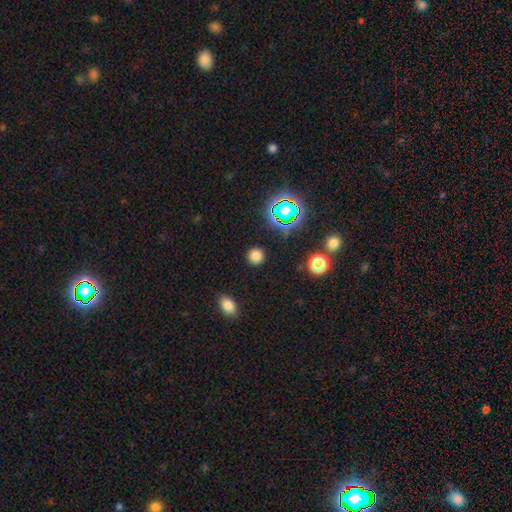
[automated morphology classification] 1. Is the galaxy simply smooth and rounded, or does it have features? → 77% smooth, 18% star or artifact, 5% featured or disk.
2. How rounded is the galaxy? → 93% round, 6% in between, 1% cigar-shaped.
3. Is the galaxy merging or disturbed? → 90% none, 6% minor disturbance, 2% major disturbance, 1% merger.